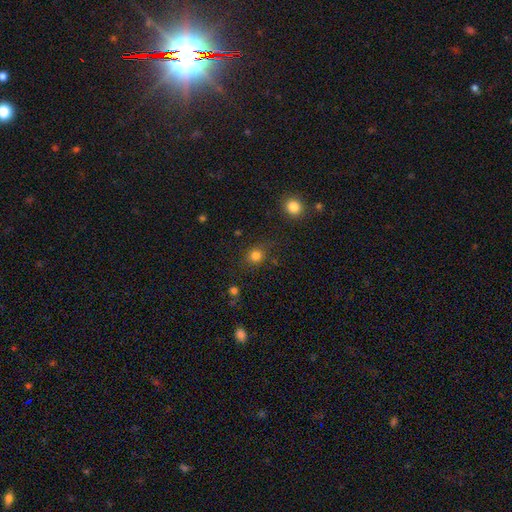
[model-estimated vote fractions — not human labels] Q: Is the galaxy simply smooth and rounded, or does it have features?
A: smooth — 81%.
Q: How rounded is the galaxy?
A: round — 83%.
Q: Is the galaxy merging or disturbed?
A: none — 82%.